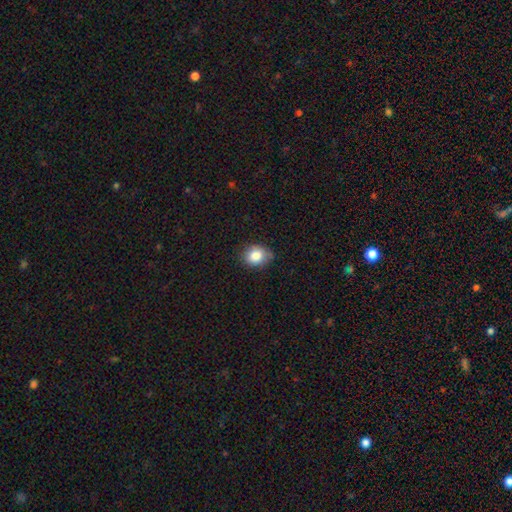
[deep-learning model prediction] smooth 84%, star or artifact 9%, featured or disk 7%. Down the decision tree: how rounded — round (56%); merging — none (71%).